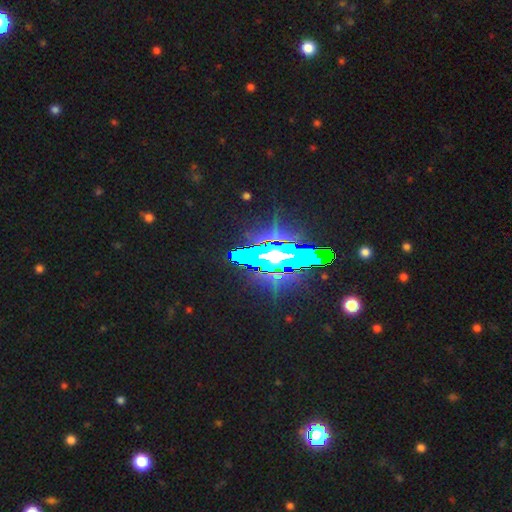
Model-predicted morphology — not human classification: A star or artifact, not a galaxy (70%).